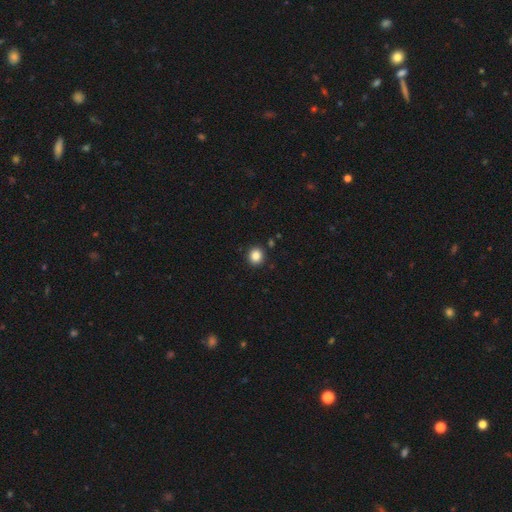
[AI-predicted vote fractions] smooth-or-featured: smooth: 86% | star or artifact: 11% | featured or disk: 4%
  how-rounded: round: 87% | in between: 12% | cigar-shaped: 1%
  merging: none: 91% | minor disturbance: 6% | major disturbance: 2% | merger: 2%